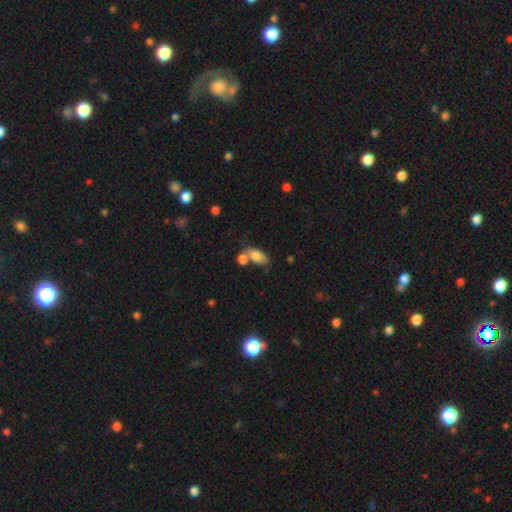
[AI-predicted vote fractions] This is likely a smooth galaxy (80%). How rounded: clearly in between (88%). Merging: marginally merger (41%).